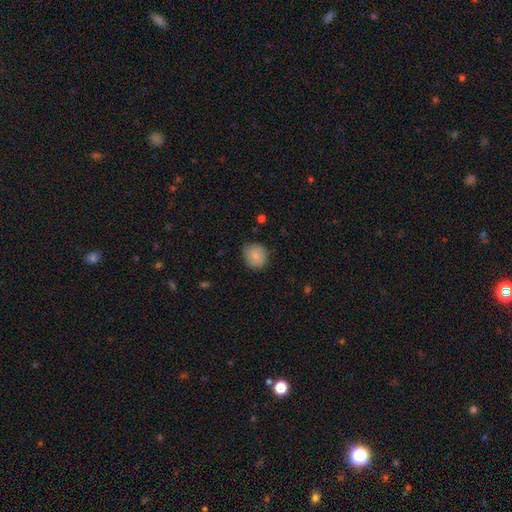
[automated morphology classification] Overall: smooth (84%). How rounded: round (80%). Merging: none (80%).